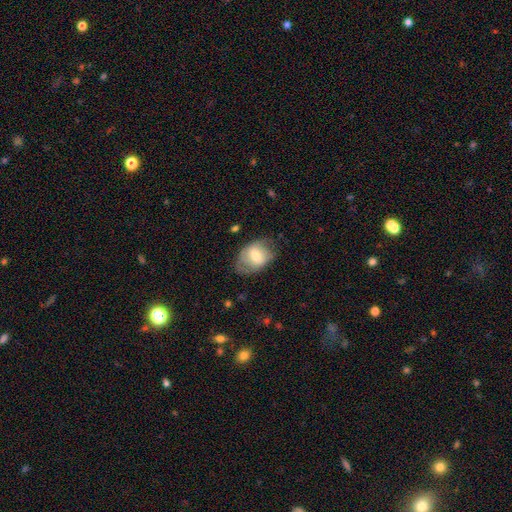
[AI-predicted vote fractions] Overall: smooth (55%; featured or disk 38%). How rounded: in between (77%). Merging: none (59%; minor disturbance 28%).